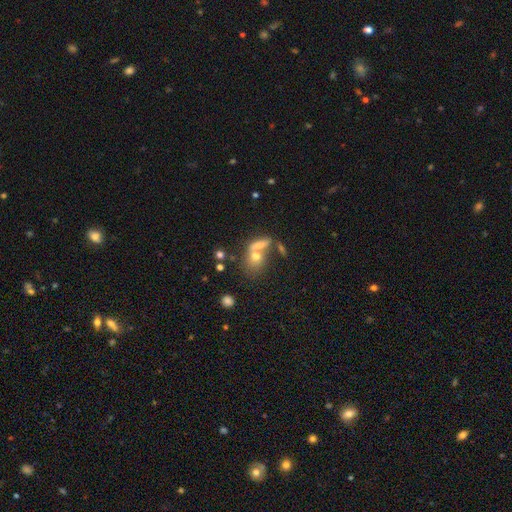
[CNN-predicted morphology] Smooth or featured: smooth — 62% (featured or disk — 24%)
How rounded: in between — 56% (round — 35%)
Merging: merger — 46% (none — 35%)